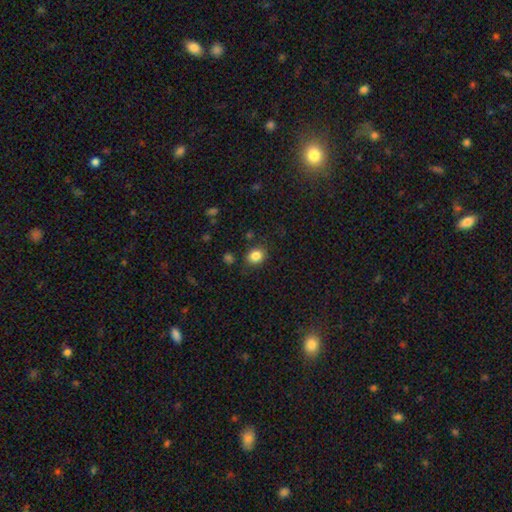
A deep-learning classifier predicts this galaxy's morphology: This is clearly a smooth galaxy (84%). How rounded: possibly round (58%). Merging: clearly none (82%).